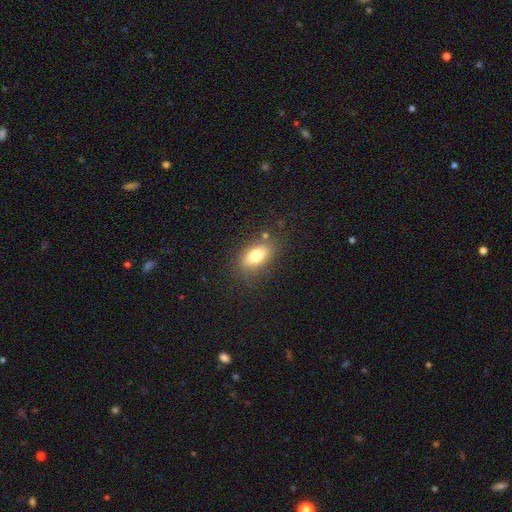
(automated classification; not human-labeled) smooth 76%, featured or disk 15%, star or artifact 10%. Down the decision tree: how rounded — in between (85%); merging — none (78%).